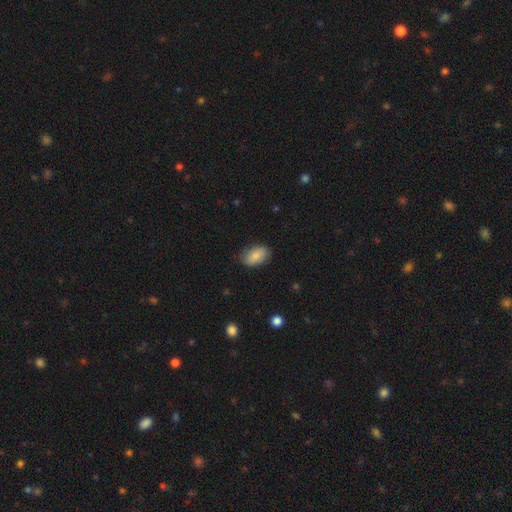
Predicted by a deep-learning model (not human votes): Overall: smooth (82%). How rounded: in between (90%). Merging: none (81%).